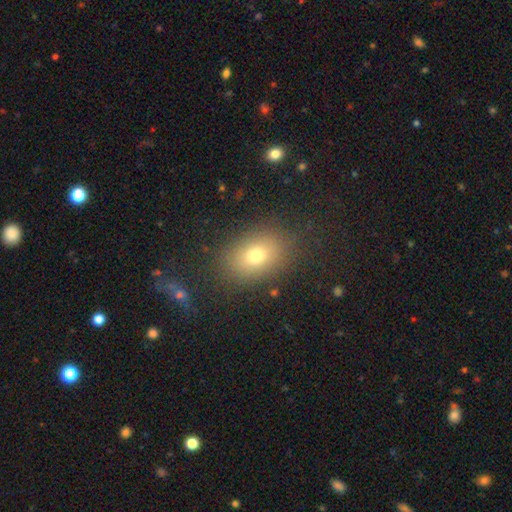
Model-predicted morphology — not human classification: A smooth galaxy with no disk features (75%) that is in between round and cigar-shaped (77%).

Vote fractions:
- Smooth or featured? smooth: 75% / star or artifact: 13% / featured or disk: 13%
- How rounded? in between: 77% / round: 22% / cigar-shaped: 1%
- Merging? none: 83% / minor disturbance: 11% / major disturbance: 5% / merger: 2%